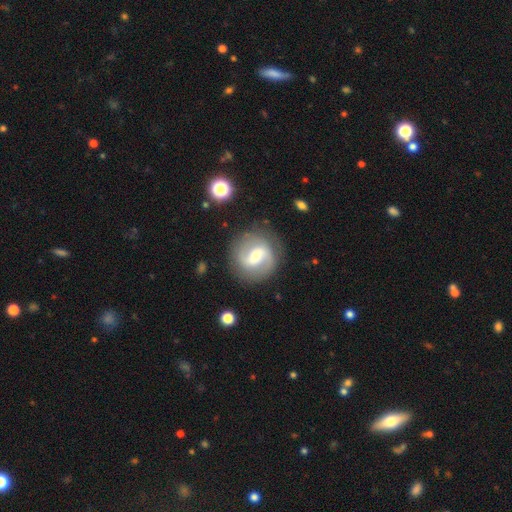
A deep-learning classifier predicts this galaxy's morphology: smooth_or_featured: featured or disk (p=0.76) [alt: smooth p=0.18]
disk_edge_on: no (p=0.97) [alt: yes p=0.03]
bar: weak (p=0.51) [alt: strong p=0.27]
has_spiral_arms: yes (p=0.90) [alt: no p=0.10]
spiral_winding: medium (p=0.46) [alt: loose p=0.33]
spiral_arm_count: 2 (p=0.88) [alt: can't tell p=0.06]
bulge_size: moderate (p=0.54) [alt: small p=0.37]
merging: none (p=0.83) [alt: minor disturbance p=0.11]